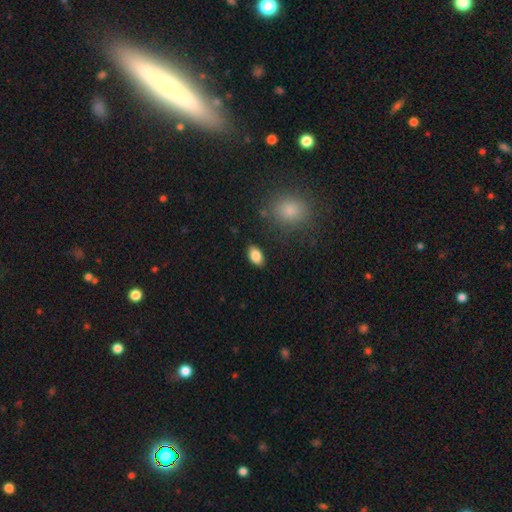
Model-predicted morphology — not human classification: This appears to be a smooth galaxy with no disk features (85%) that is in between round and cigar-shaped (91%). Merging: none (87%).